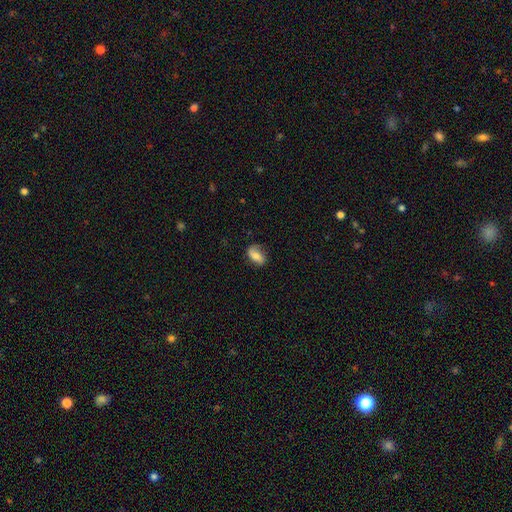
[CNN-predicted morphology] Overall: smooth (60%; featured or disk 32%). How rounded: in between (87%). Merging: none (68%).